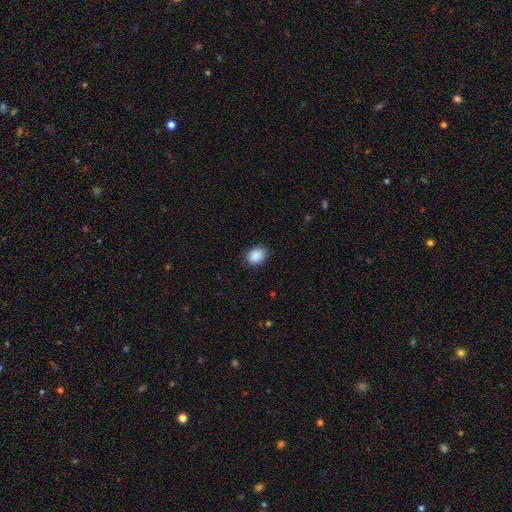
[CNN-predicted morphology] The model was most divided on "how rounded": in between: 60%, round: 39%, cigar-shaped: 1%. More confident: smooth or featured — smooth (90%); merging — none (86%).